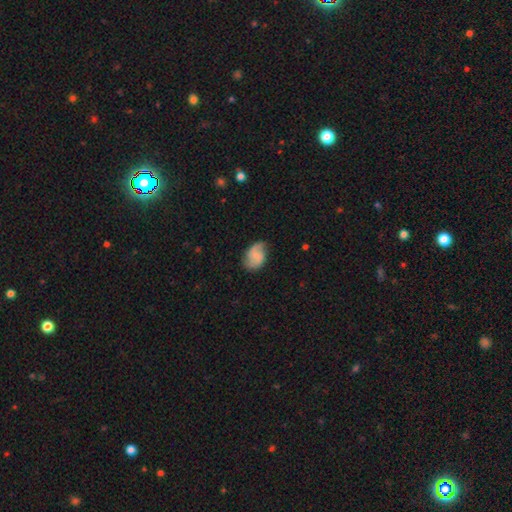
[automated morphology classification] smooth-or-featured: featured or disk: 54% | smooth: 38% | star or artifact: 8%
  disk-edge-on: no: 97% | yes: 3%
    bar: no: 49% | weak: 41% | strong: 10%
    has-spiral-arms: yes: 91% | no: 9%
    bulge-size: none: 58% | small: 26% | moderate: 11% | large: 3% | dominant: 1%
  merging: none: 68% | minor disturbance: 22% | major disturbance: 8% | merger: 1%